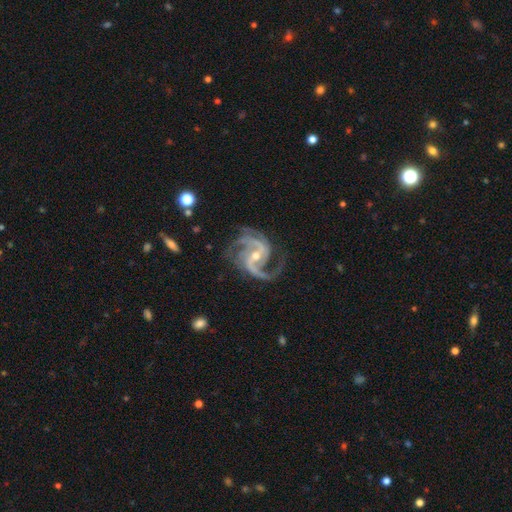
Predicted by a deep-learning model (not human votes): This is clearly a featured or disk galaxy (94%). It is clearly not viewed edge-on (98%). Bar: marginally weak (40%). Spiral arm pattern: clearly yes (99%). Spiral arm count: possibly 2 (54%). Spiral winding: possibly medium (59%). Central bulge: possibly small (55%). Merging: likely none (70%).